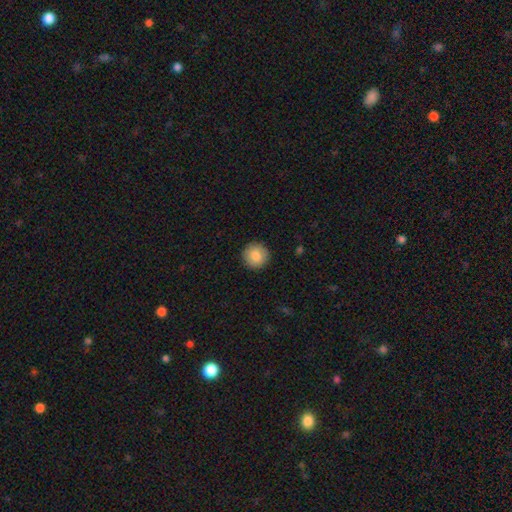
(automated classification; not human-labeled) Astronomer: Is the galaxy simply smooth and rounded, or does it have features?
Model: smooth — 85%.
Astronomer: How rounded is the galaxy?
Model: round — 96%.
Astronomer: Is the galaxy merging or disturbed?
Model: none — 92%.